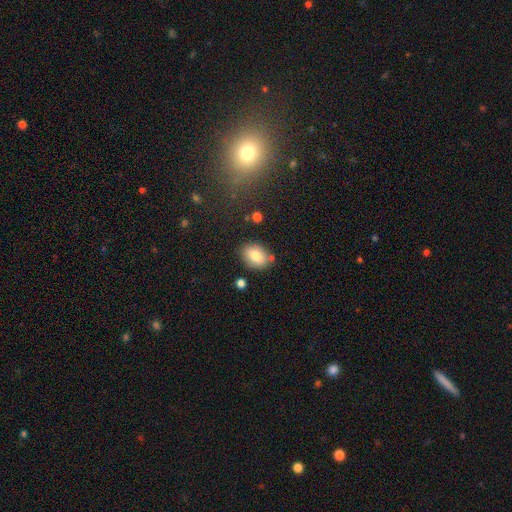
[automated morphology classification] This appears to be a smooth galaxy with no disk features (78%) that is in between round and cigar-shaped (73%). Merging: none (77%).